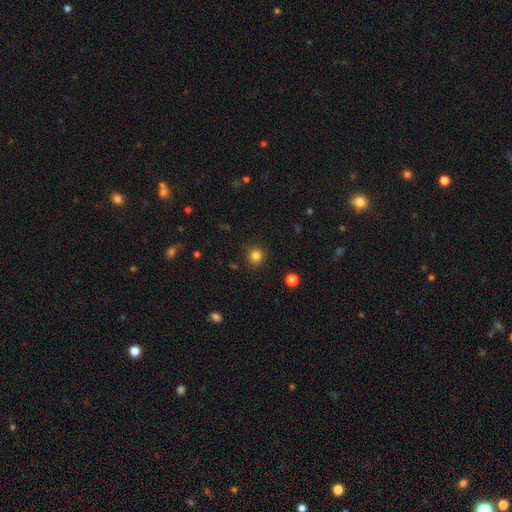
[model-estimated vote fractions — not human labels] Smooth or featured? smooth (83%)
How rounded? round (92%)
Merging? none (89%)